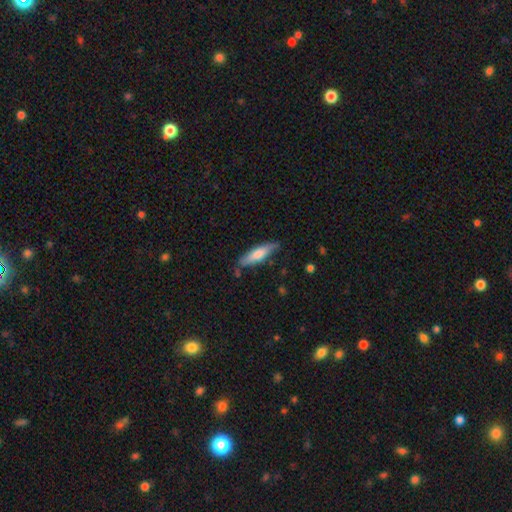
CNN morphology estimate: smooth 63%, featured or disk 31%, star or artifact 6%. Down the decision tree: how rounded — cigar-shaped (70%); merging — none (78%).